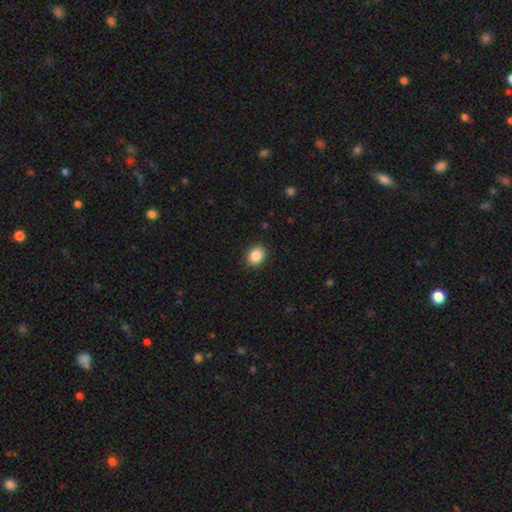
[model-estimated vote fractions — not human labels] Overall: smooth (88%). How rounded: round (52%; in between 47%). Merging: none (90%).